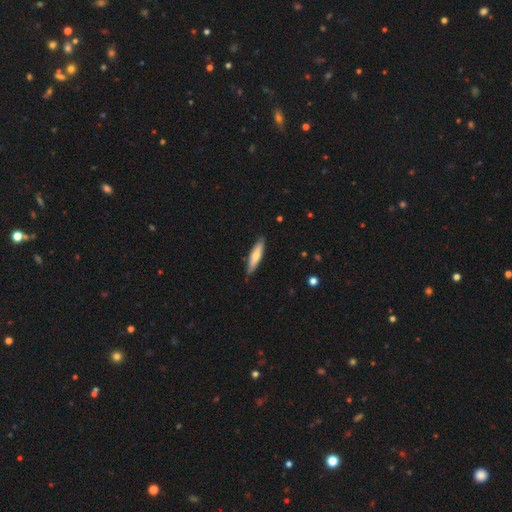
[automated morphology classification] Smooth or featured: smooth — 68% (featured or disk — 27%)
How rounded: cigar-shaped — 78% (in between — 21%)
Merging: none — 85% (minor disturbance — 12%)